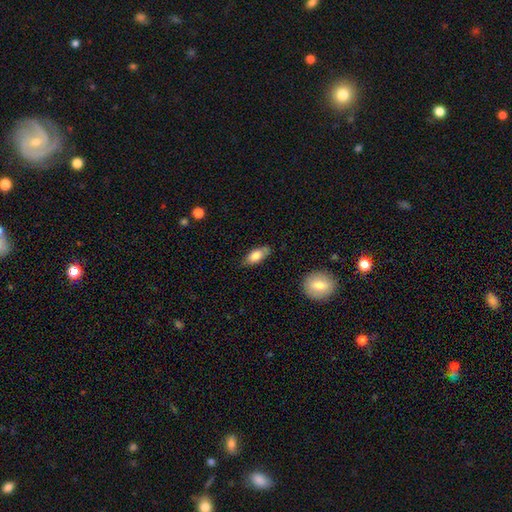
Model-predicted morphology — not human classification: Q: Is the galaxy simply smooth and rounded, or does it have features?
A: smooth — 78%.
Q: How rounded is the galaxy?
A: in between — 82%.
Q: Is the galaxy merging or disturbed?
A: none — 76%.